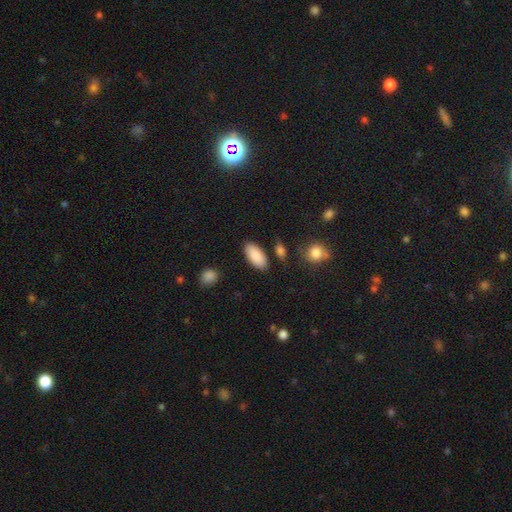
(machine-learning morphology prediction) Smooth or featured? Predicted: smooth (p=0.89). How rounded? Predicted: in between (p=0.91). Merging? Predicted: none (p=0.84).